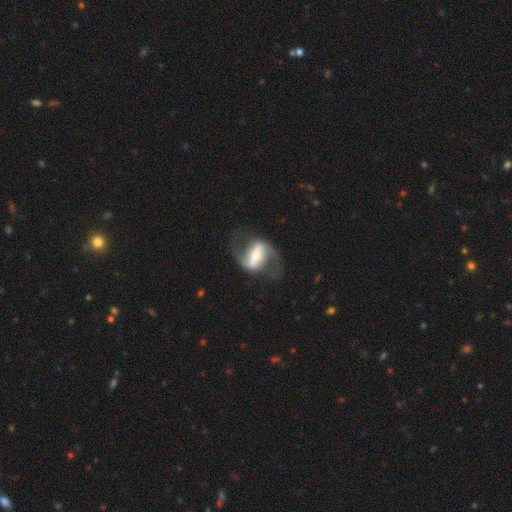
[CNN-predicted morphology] This is clearly a featured or disk galaxy (83%). It is clearly not viewed edge-on (95%). Bar: likely strong (61%). Spiral arm pattern: clearly yes (90%). Spiral arm count: clearly 2 (91%). Spiral winding: possibly loose (49%). Central bulge: possibly moderate (47%). Merging: likely none (71%).